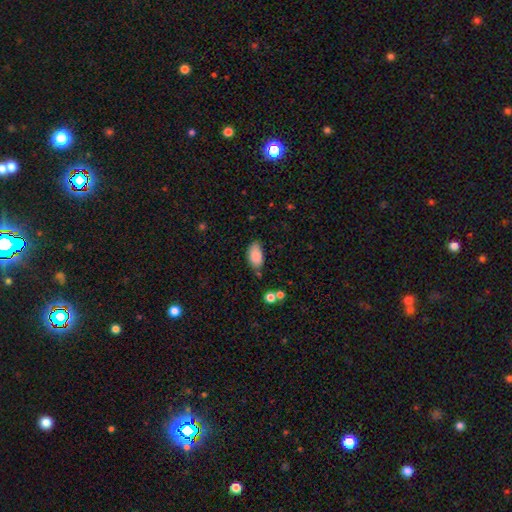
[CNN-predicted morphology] This is clearly a smooth galaxy (87%). How rounded: clearly in between (94%). Merging: likely none (71%).